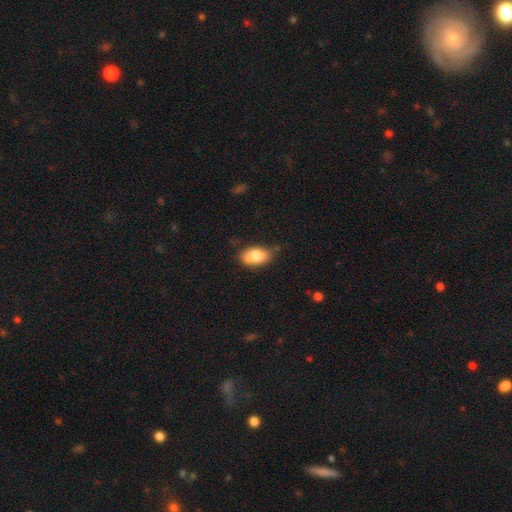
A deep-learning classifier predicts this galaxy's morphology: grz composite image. It shows a smooth galaxy with no disk features (79%) that is in between round and cigar-shaped (90%). Merging: none (60%).